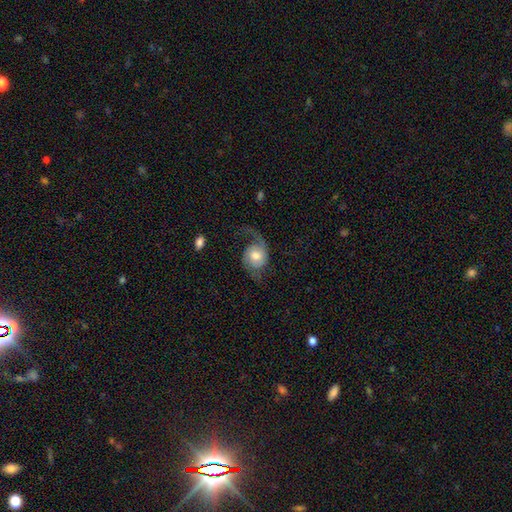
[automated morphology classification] This appears to be a featured or disk galaxy (67%) with no bar (67%), 2 (64%) loose (67%) spiral arms (93%) and a moderate central bulge (58%). Merging: none (47%).